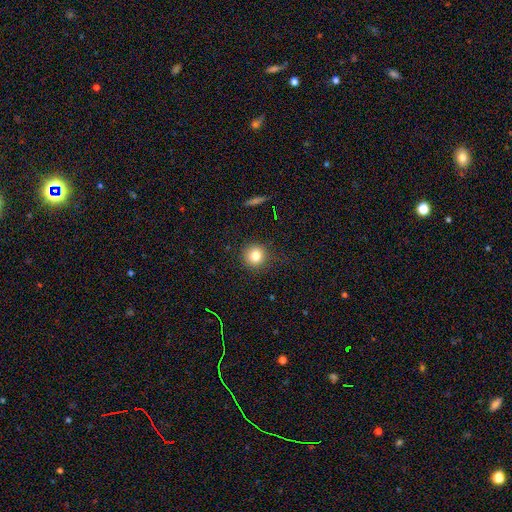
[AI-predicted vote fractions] Q: Smooth or featured?
A: smooth (80%); runner-up: star or artifact (12%)
Q: How rounded?
A: round (93%); runner-up: in between (6%)
Q: Merging?
A: none (88%); runner-up: minor disturbance (8%)